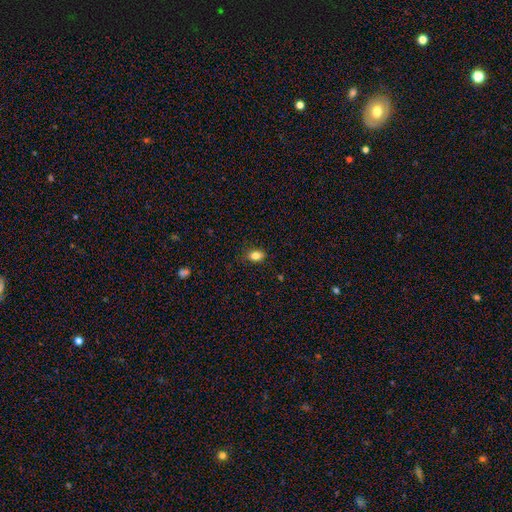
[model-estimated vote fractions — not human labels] smooth-or-featured: smooth: 83% | star or artifact: 10% | featured or disk: 7%
  how-rounded: in between: 79% | round: 19% | cigar-shaped: 2%
  merging: none: 84% | minor disturbance: 12% | major disturbance: 3% | merger: 1%